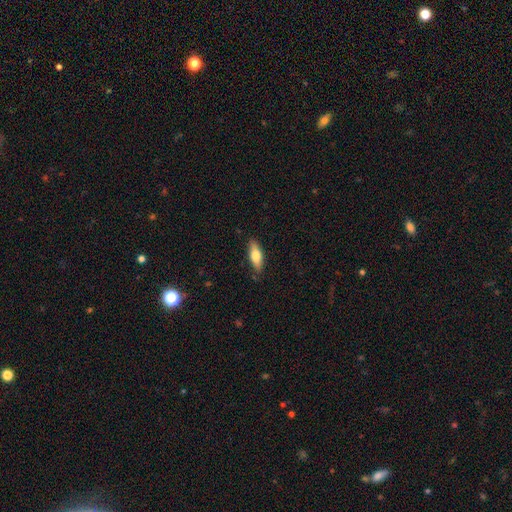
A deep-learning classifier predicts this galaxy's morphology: Smooth or featured? Predicted: smooth (p=0.69). How rounded? Predicted: in between (p=0.63). Merging? Predicted: none (p=0.84).